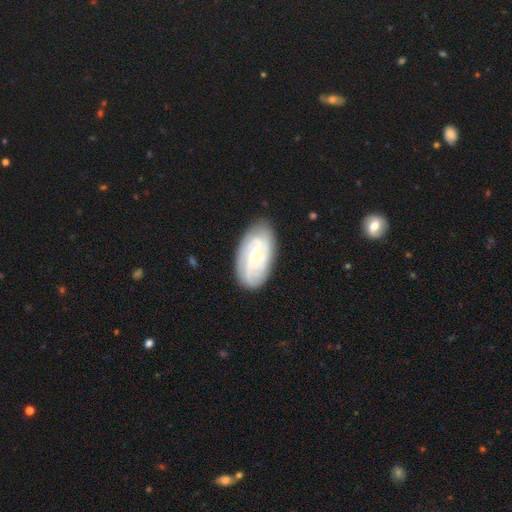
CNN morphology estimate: Smooth or featured? featured or disk (78%)
Edge-on disk? no (95%)
Bar? no (56%)
Spiral arms? yes (94%)
Spiral winding? tight (65%)
Spiral arm count? can't tell (33%)
Bulge size? small (64%)
Merging? none (81%)